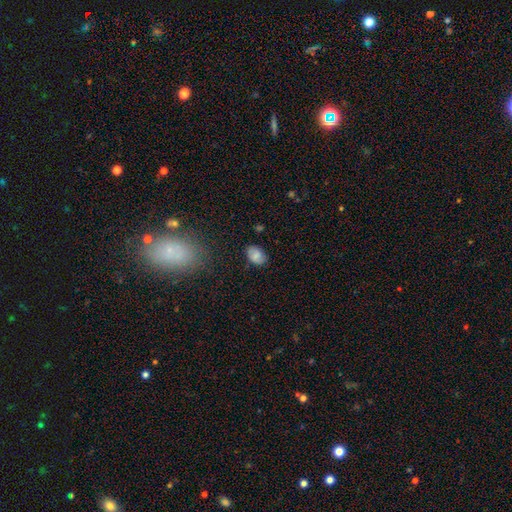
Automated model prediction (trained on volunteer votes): Q: Smooth or featured?
A: smooth (80%); runner-up: featured or disk (12%)
Q: How rounded?
A: in between (83%); runner-up: round (16%)
Q: Merging?
A: none (77%); runner-up: minor disturbance (18%)